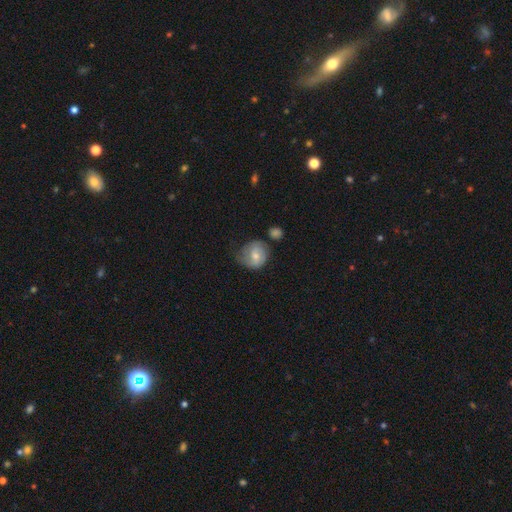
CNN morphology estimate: This is possibly a smooth galaxy (57%). How rounded: likely round (74%). Merging: possibly none (49%).